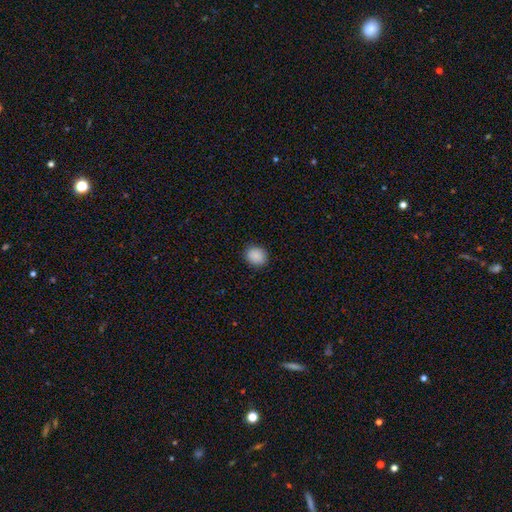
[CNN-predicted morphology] Smooth or featured? Predicted: smooth (p=0.89). How rounded? Predicted: round (p=0.70). Merging? Predicted: none (p=0.90).